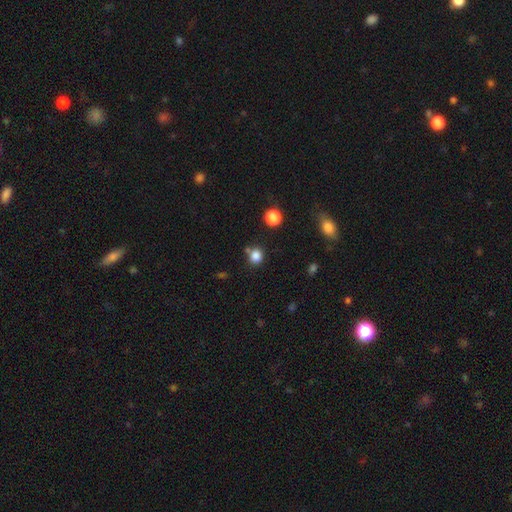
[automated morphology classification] This appears to be a smooth galaxy with no disk features (83%) that is round (84%). Merging: none (73%).